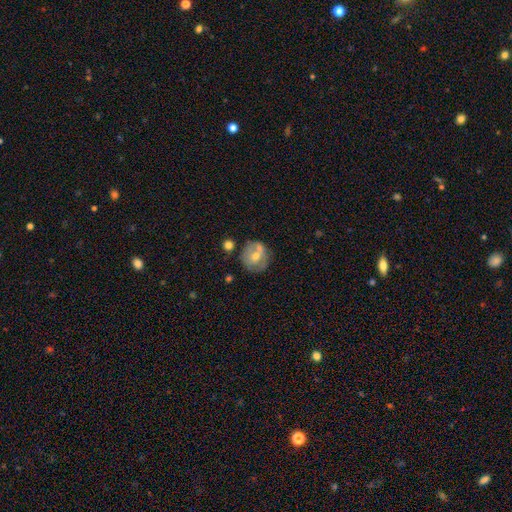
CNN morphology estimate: The model was most divided on "smooth or featured": smooth: 49%, featured or disk: 42%, star or artifact: 9%. More confident: merging — none (64%).